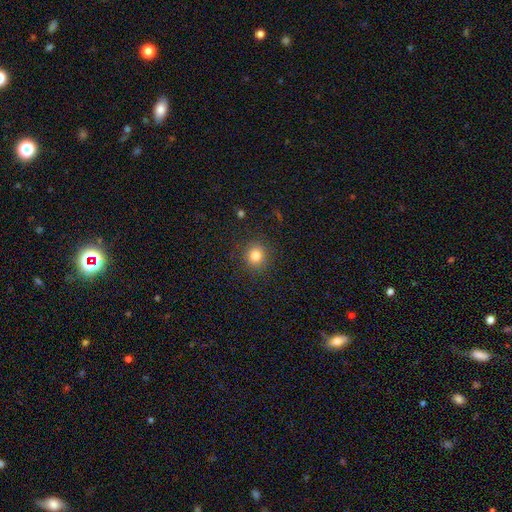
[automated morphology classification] Smooth or featured: smooth — 82% (star or artifact — 12%)
How rounded: round — 89% (in between — 10%)
Merging: none — 90% (minor disturbance — 7%)